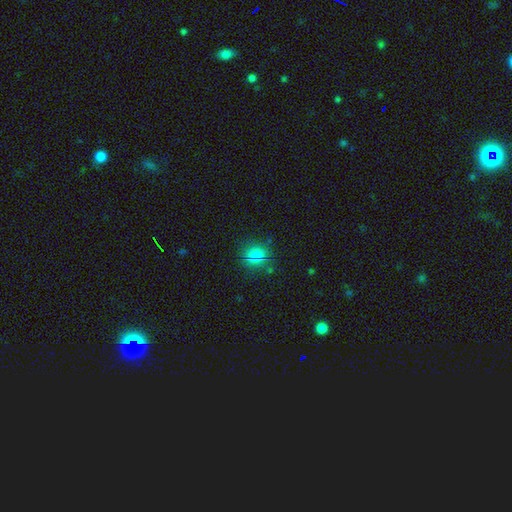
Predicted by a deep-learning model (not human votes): A smooth galaxy with no disk features (71%) that is round (76%). Merging: none (82%).